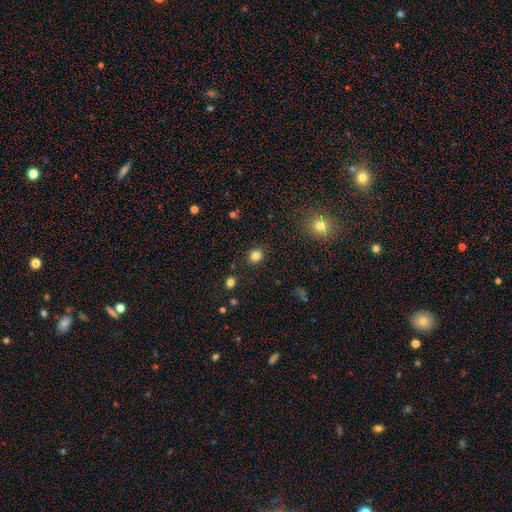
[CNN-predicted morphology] Smooth or featured?
  - smooth: 82% *
  - star or artifact: 13%
  - featured or disk: 5%
How rounded?
  - round: 69% *
  - in between: 30%
  - cigar-shaped: 1%
Merging?
  - none: 87% *
  - minor disturbance: 9%
  - major disturbance: 2%
  - merger: 2%